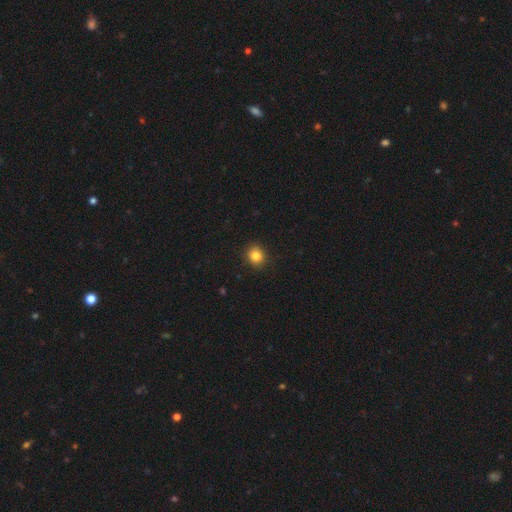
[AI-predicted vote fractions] The model was most divided on "how rounded": round: 83%, in between: 16%, cigar-shaped: 1%. More confident: merging — none (90%); smooth or featured — smooth (84%).